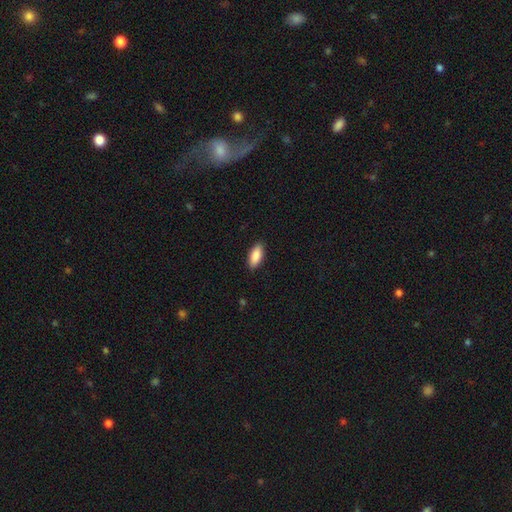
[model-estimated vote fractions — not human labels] Smooth or featured: smooth — 89% (star or artifact — 6%)
How rounded: in between — 85% (cigar-shaped — 13%)
Merging: none — 89% (minor disturbance — 8%)